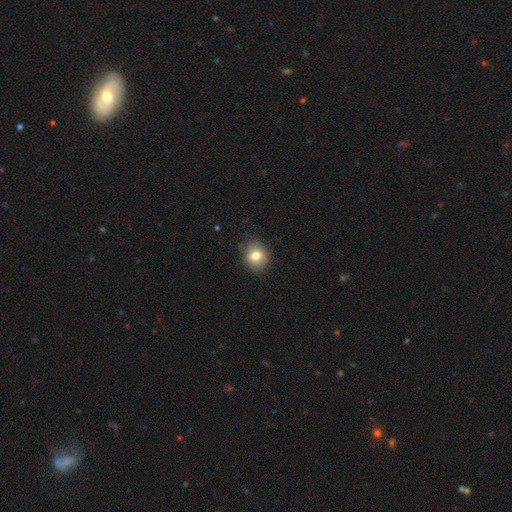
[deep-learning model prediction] Morphology: type=smooth (79%); roundness=round (65%); merging=none (83%).